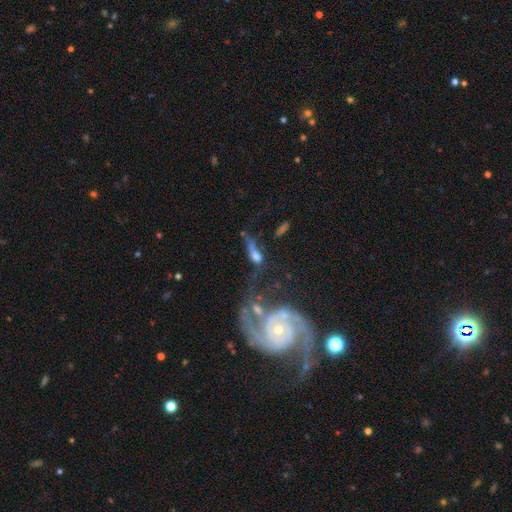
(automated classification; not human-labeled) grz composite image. It shows a featured or disk galaxy (57%). Merging: merger (33%).